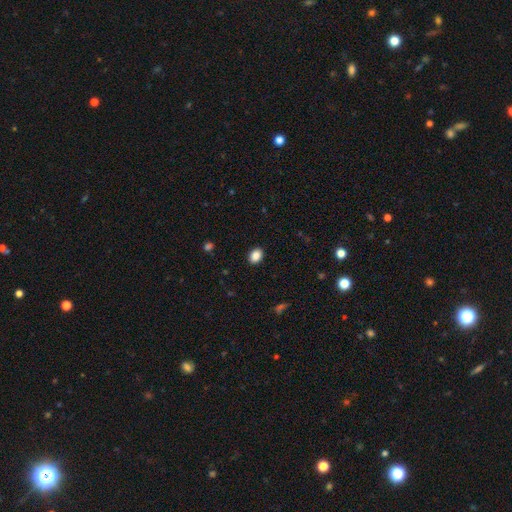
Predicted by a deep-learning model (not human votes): smooth_or_featured: smooth (p=0.88) [alt: star or artifact p=0.09]
how_rounded: in between (p=0.69) [alt: round p=0.30]
merging: none (p=0.90) [alt: minor disturbance p=0.07]